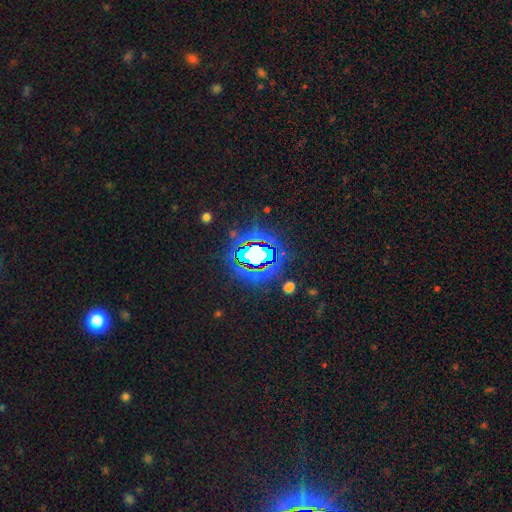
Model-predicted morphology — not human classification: smooth-or-featured: star or artifact: 73% | smooth: 15% | featured or disk: 12%